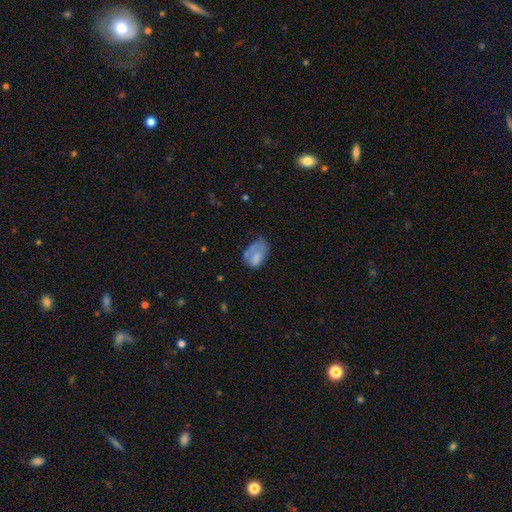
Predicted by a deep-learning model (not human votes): smooth_or_featured: smooth (p=0.70) [alt: featured or disk p=0.22]
how_rounded: in between (p=0.87) [alt: round p=0.12]
merging: minor disturbance (p=0.34) [alt: none p=0.30]